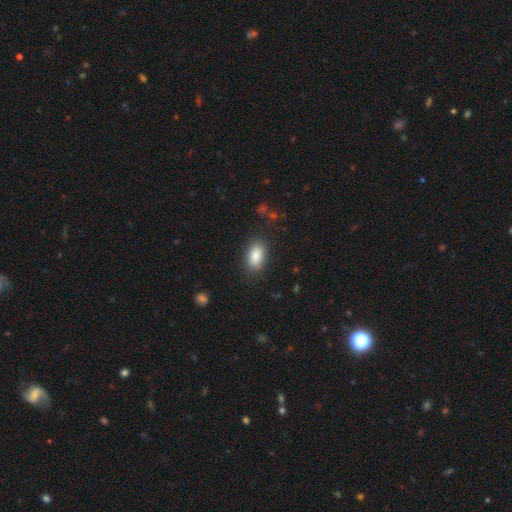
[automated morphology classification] This is clearly a smooth galaxy (86%). How rounded: clearly in between (91%). Merging: clearly none (85%).